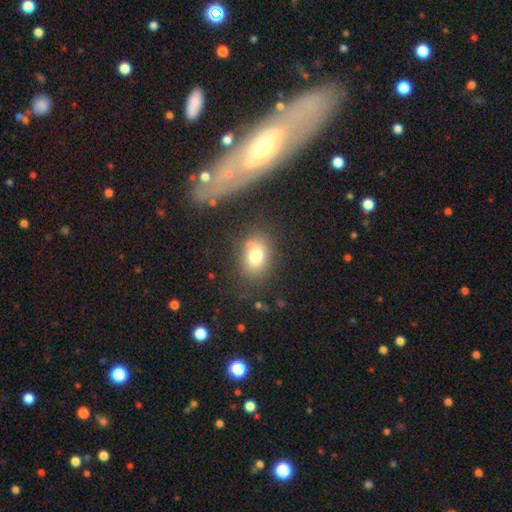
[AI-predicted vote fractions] This appears to be a smooth galaxy with no disk features (76%) that is in between round and cigar-shaped (69%). Merging: none (74%).